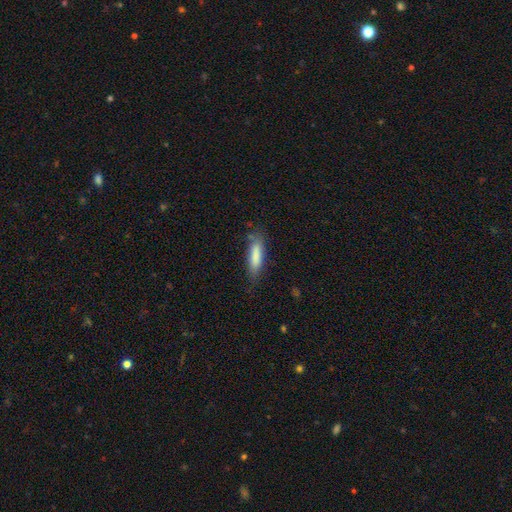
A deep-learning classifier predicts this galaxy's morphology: This is clearly a smooth galaxy (83%). How rounded: likely cigar-shaped (63%). Merging: likely none (72%).